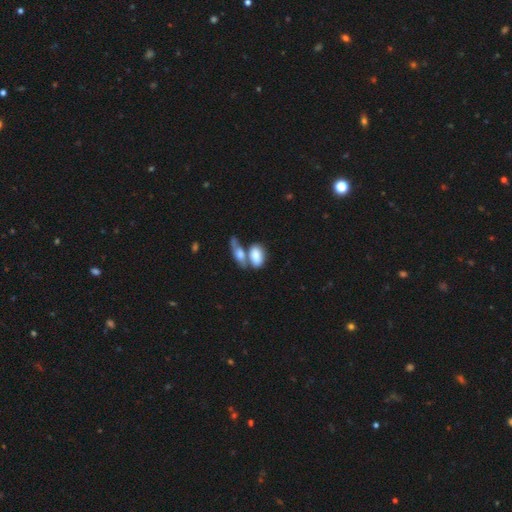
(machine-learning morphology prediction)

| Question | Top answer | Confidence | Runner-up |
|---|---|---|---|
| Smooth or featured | smooth | 79% | featured or disk (15%) |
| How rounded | in between | 90% | round (7%) |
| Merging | merger | 54% | none (28%) |